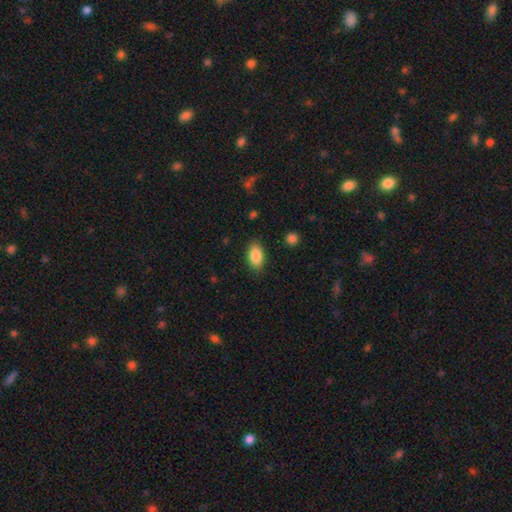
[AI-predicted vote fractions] smooth-or-featured: smooth: 86% | star or artifact: 7% | featured or disk: 7%
  how-rounded: in between: 91% | round: 5% | cigar-shaped: 4%
  merging: none: 85% | minor disturbance: 11% | major disturbance: 3% | merger: 1%